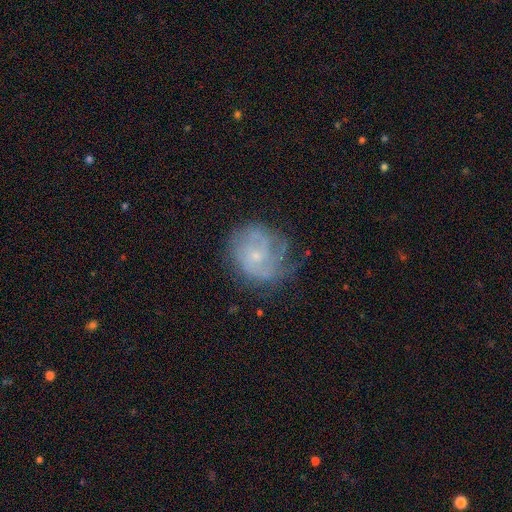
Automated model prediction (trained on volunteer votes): Smooth or featured: featured or disk — 68% (smooth — 22%)
Edge-on disk: no — 98% (yes — 2%)
Bar: no — 73% (weak — 24%)
Spiral arms: yes — 85% (no — 15%)
Spiral winding: tight — 50% (medium — 35%)
Spiral arm count: can't tell — 44% (2 — 20%)
Bulge size: small — 73% (moderate — 18%)
Merging: none — 60% (minor disturbance — 23%)